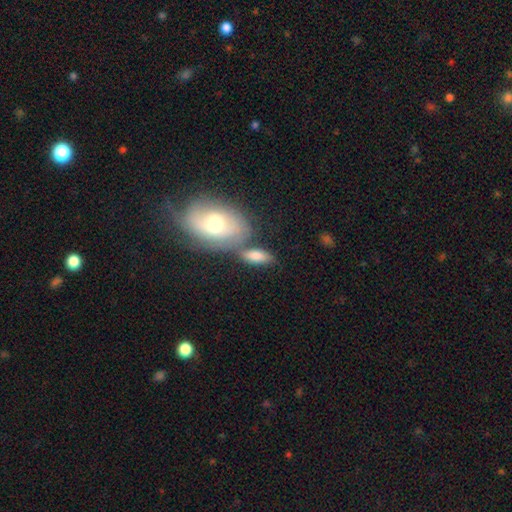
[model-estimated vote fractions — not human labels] This is likely a smooth galaxy (72%). How rounded: clearly in between (83%). Merging: possibly none (50%).